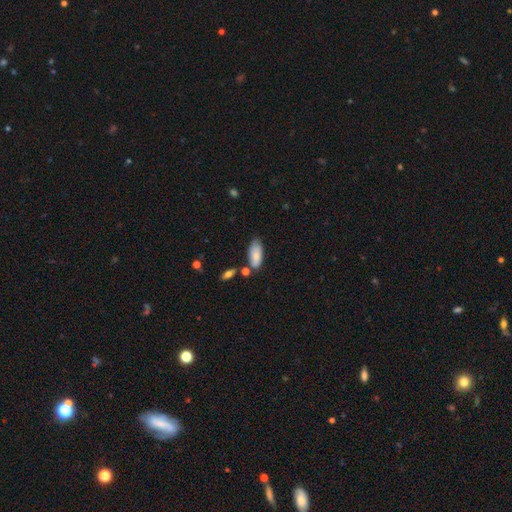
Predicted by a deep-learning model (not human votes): A smooth galaxy with no disk features (80%) that is in between round and cigar-shaped (85%). Merging: none (61%).